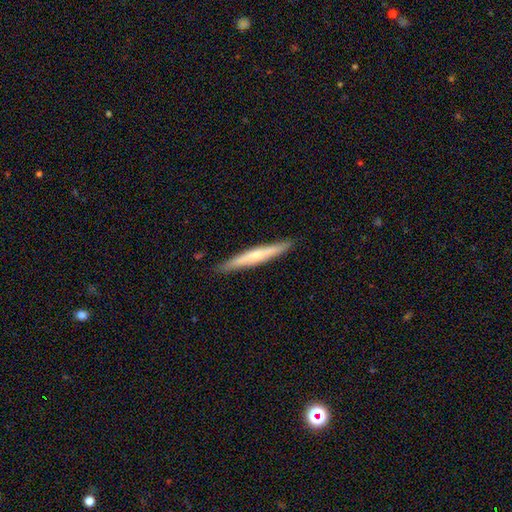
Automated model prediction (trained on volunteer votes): Overall: smooth (48%; featured or disk 46%). Merging: none (90%).